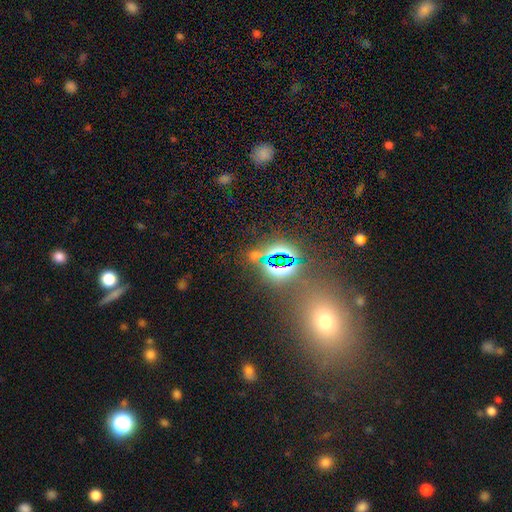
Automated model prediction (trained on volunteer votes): The model was most divided on "smooth or featured": star or artifact: 73%, smooth: 19%, featured or disk: 8%.